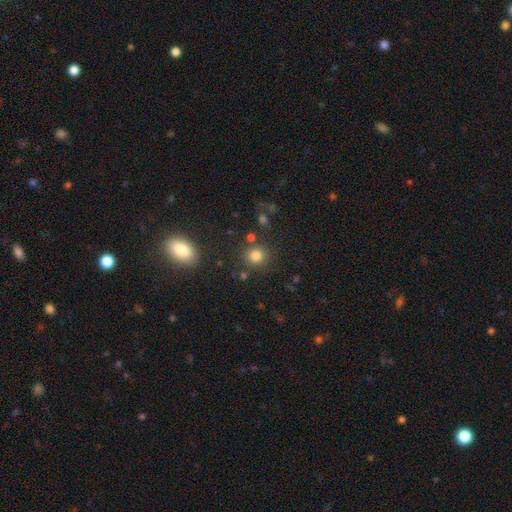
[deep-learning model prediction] This appears to be a smooth galaxy with no disk features (80%) that is round (89%). Merging: none (81%).